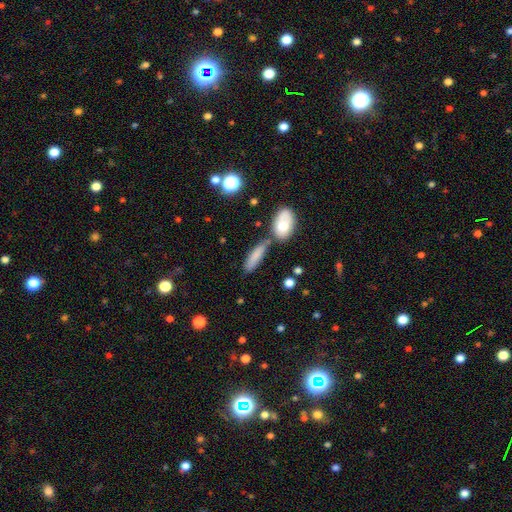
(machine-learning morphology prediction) Smooth or featured: smooth — 79% (featured or disk — 13%)
How rounded: cigar-shaped — 57% (in between — 39%)
Merging: none — 64% (merger — 16%)